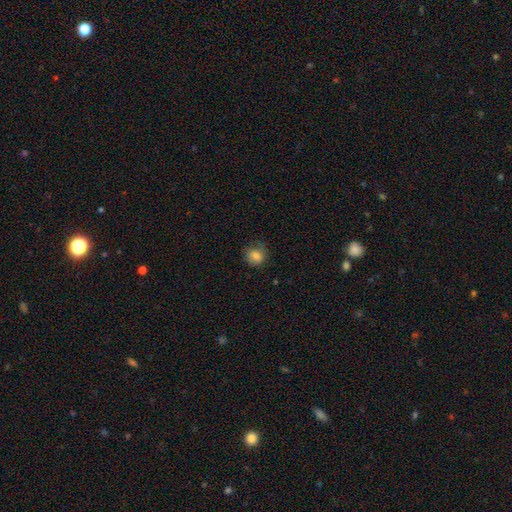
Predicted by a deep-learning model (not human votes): This is clearly a smooth galaxy (81%). How rounded: likely round (71%). Merging: likely none (67%).